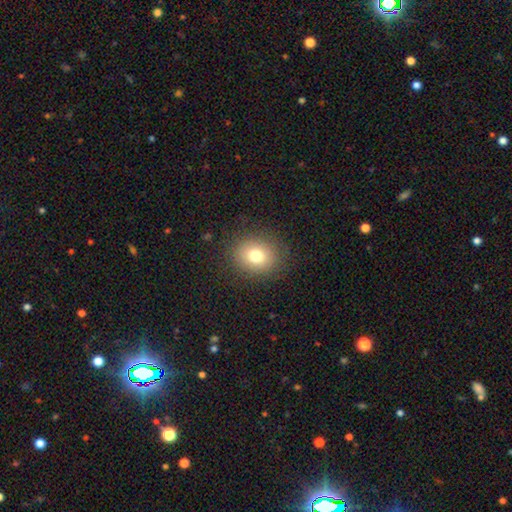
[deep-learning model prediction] A smooth galaxy with no disk features (76%) that is round (69%). Merging: none (86%).